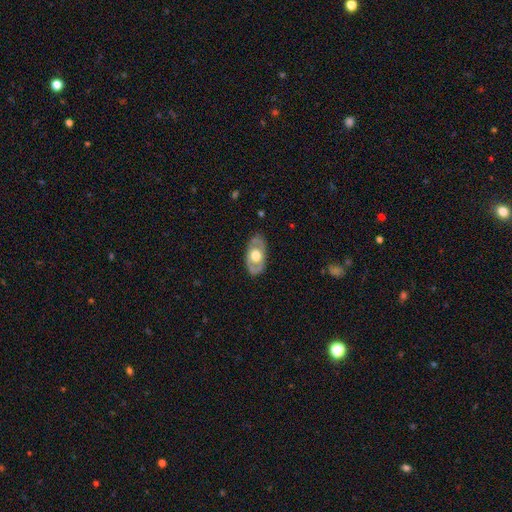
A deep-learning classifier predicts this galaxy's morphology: featured or disk 60%, smooth 35%, star or artifact 5%. Down the decision tree: edge-on disk — no (87%); bar — no (82%); spiral arms — no (64%); bulge size — moderate (50%); merging — none (80%).